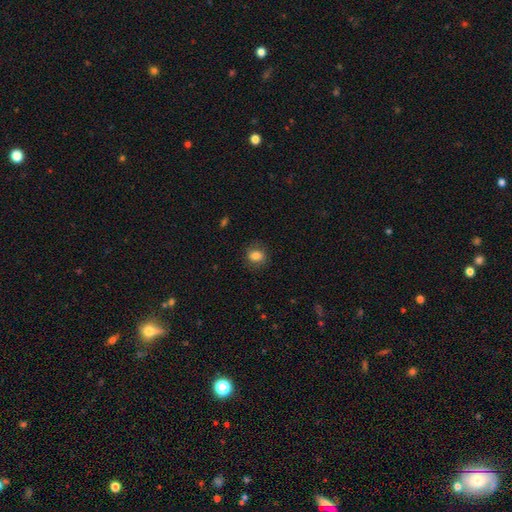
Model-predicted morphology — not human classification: Overall: smooth (84%). How rounded: in between (50%; round 49%). Merging: none (81%).